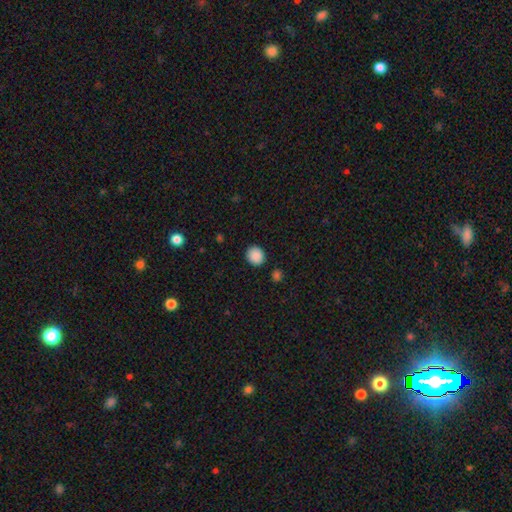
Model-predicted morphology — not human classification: Smooth or featured?
  - smooth: 89% *
  - star or artifact: 9%
  - featured or disk: 3%
How rounded?
  - round: 74% *
  - in between: 25%
  - cigar-shaped: 1%
Merging?
  - none: 88% *
  - minor disturbance: 8%
  - major disturbance: 2%
  - merger: 2%